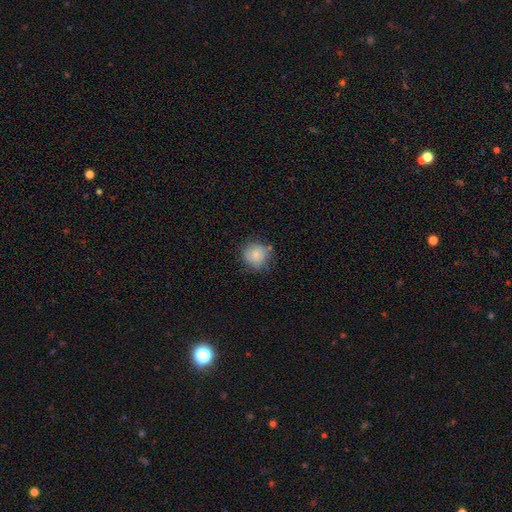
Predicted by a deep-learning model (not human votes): Smooth or featured: smooth — 82% (featured or disk — 9%)
How rounded: round — 91% (in between — 8%)
Merging: none — 74% (minor disturbance — 18%)